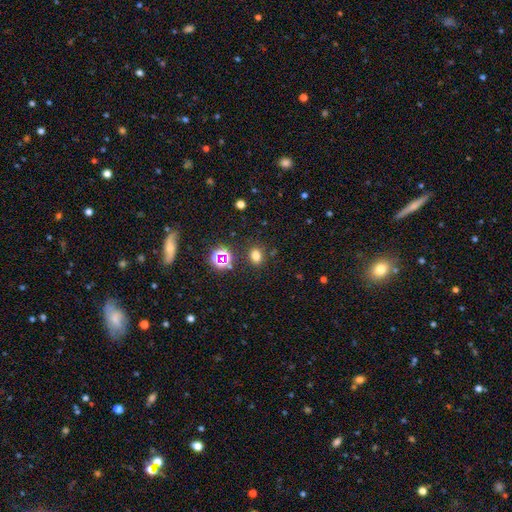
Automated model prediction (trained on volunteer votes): Morphology: type=smooth (72%); roundness=in between (60%); merging=none (83%).